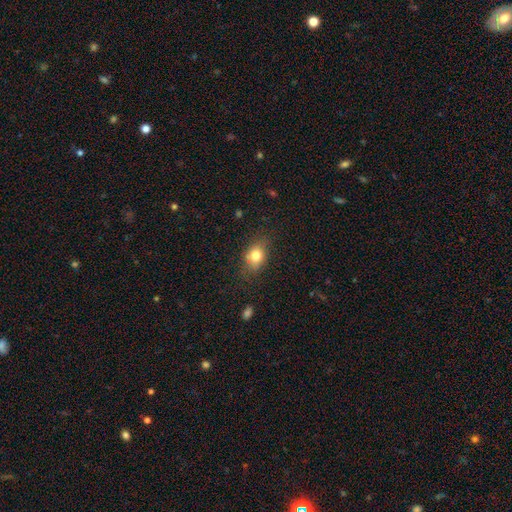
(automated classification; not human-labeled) This is likely a smooth galaxy (77%). How rounded: likely in between (67%). Merging: likely none (73%).